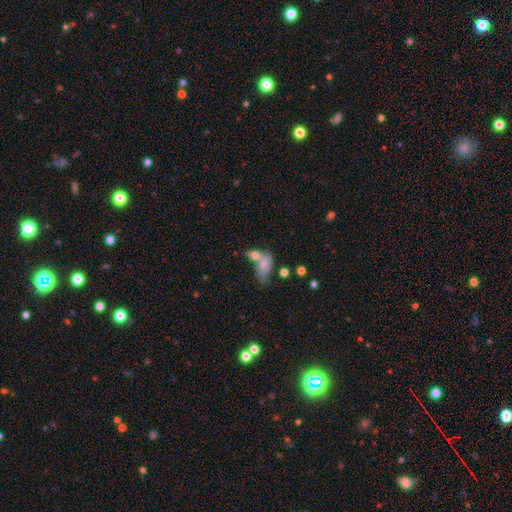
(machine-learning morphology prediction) smooth 72%, featured or disk 19%, star or artifact 9%. Down the decision tree: how rounded — in between (79%); merging — merger (52%).